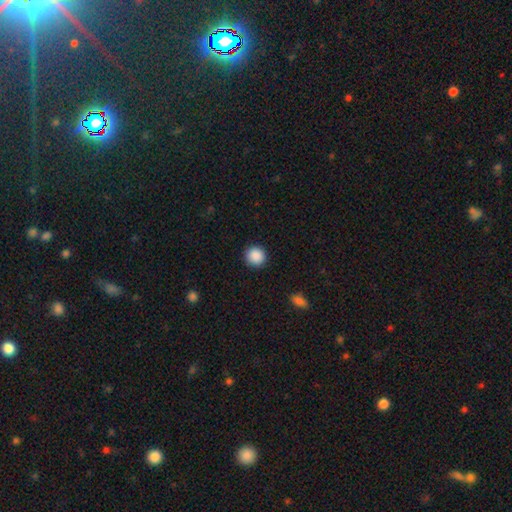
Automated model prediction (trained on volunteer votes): Smooth or featured? smooth (89%)
How rounded? round (94%)
Merging? none (92%)